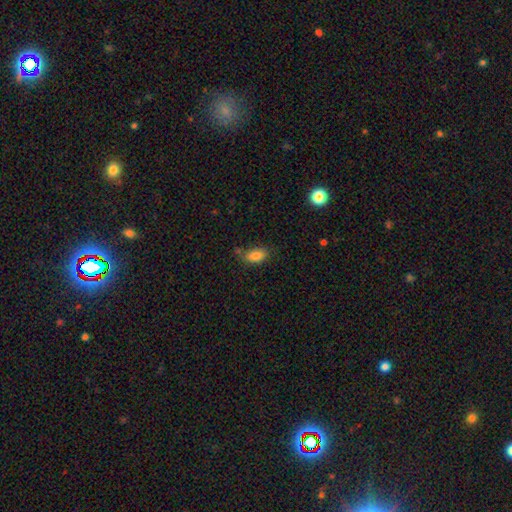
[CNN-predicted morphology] smooth-or-featured: smooth: 84% | star or artifact: 9% | featured or disk: 7%
  how-rounded: in between: 90% | round: 6% | cigar-shaped: 5%
  merging: none: 67% | minor disturbance: 21% | merger: 6% | major disturbance: 6%